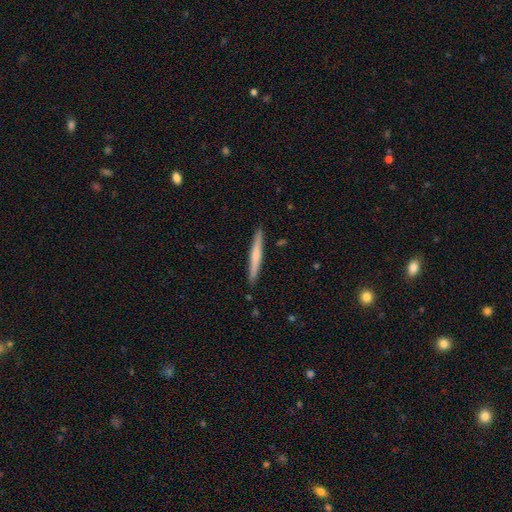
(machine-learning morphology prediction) type=smooth (53%); roundness=cigar-shaped (96%); merging=none (91%).